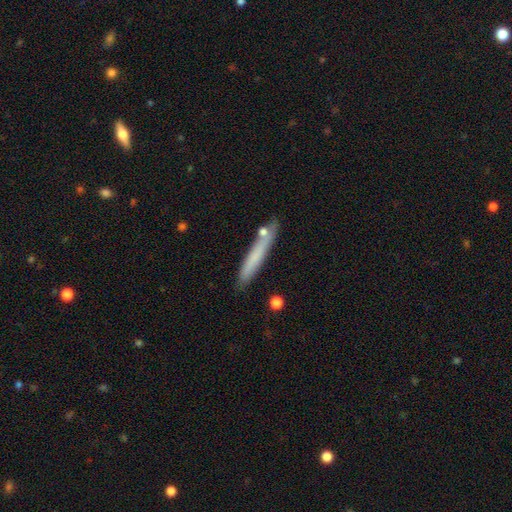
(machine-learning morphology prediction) Smooth or featured: smooth — 67% (featured or disk — 26%)
How rounded: cigar-shaped — 94% (in between — 4%)
Merging: none — 78% (minor disturbance — 13%)